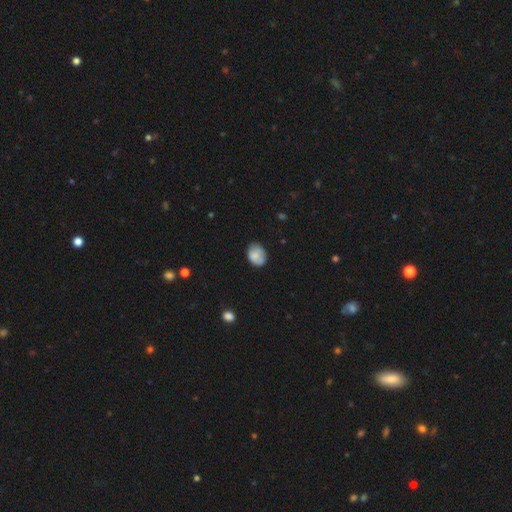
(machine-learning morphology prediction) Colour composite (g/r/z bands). It shows a smooth galaxy with no disk features (82%) that is in between round and cigar-shaped (63%). Merging: none (71%).